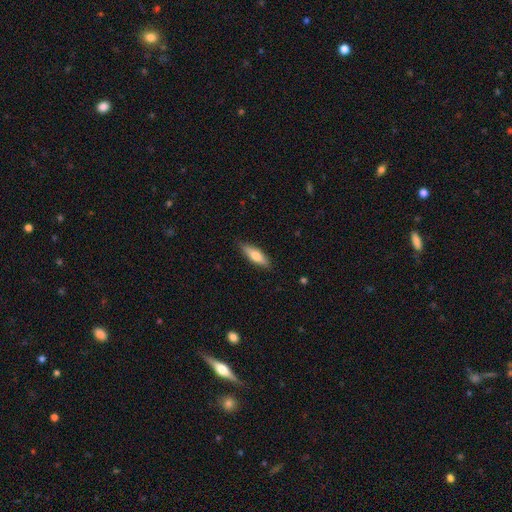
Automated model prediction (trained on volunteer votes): Smooth or featured? smooth (66%)
How rounded? cigar-shaped (52%)
Merging? none (86%)